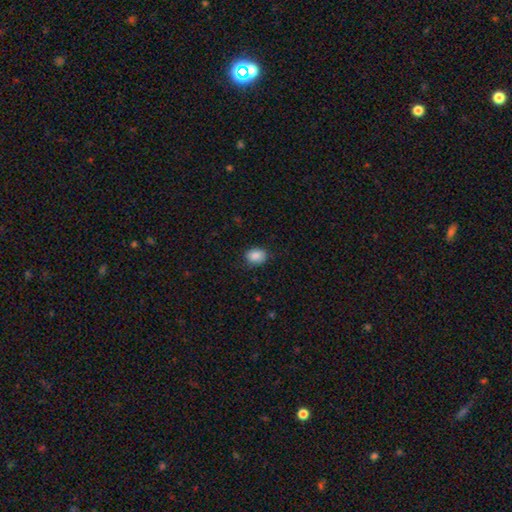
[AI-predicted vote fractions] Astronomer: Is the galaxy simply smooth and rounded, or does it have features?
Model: smooth — 87%.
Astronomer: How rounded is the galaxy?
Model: in between — 59% (runner-up: round, 40%).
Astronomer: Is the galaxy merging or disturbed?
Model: none — 81%.